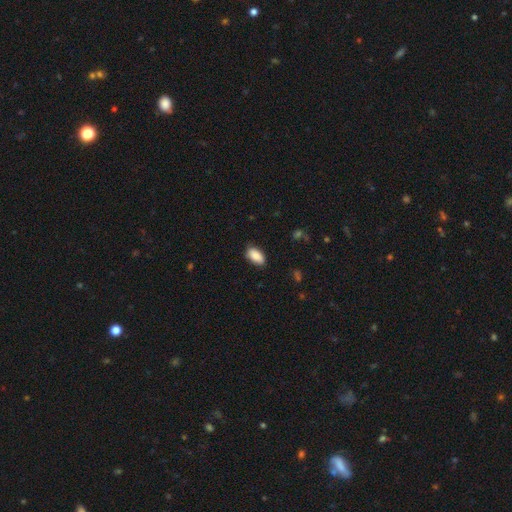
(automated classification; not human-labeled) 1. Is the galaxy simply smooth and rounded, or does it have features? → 88% smooth, 7% star or artifact, 5% featured or disk.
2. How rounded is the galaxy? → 93% in between, 4% cigar-shaped, 3% round.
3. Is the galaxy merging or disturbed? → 82% none, 14% minor disturbance, 3% major disturbance, 1% merger.